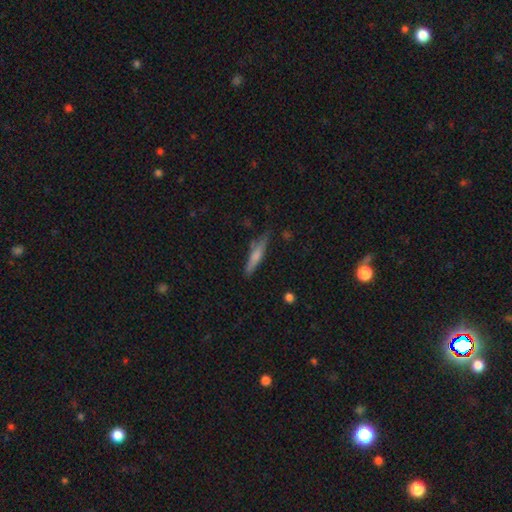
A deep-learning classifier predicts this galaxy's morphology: smooth-or-featured: smooth: 62% | featured or disk: 31% | star or artifact: 7%
  how-rounded: cigar-shaped: 88% | in between: 11% | round: 2%
  merging: none: 74% | minor disturbance: 18% | major disturbance: 4% | merger: 4%